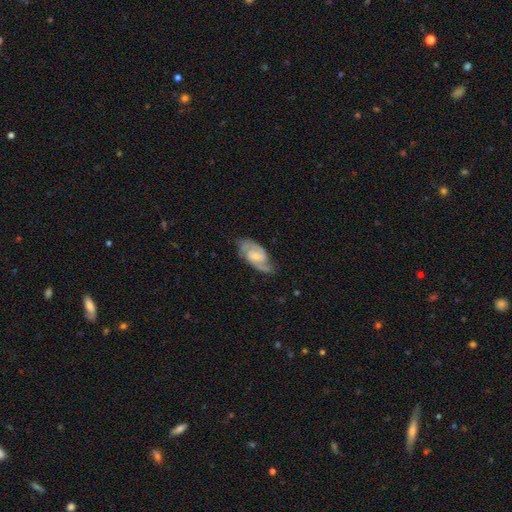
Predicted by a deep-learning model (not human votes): Smooth or featured?
  - featured or disk: 87% *
  - smooth: 9%
  - star or artifact: 5%
Edge-on disk?
  - no: 97% *
  - yes: 3%
Bar?
  - no: 47% *
  - weak: 43%
  - strong: 10%
Spiral arms?
  - yes: 97% *
  - no: 3%
Spiral winding?
  - medium: 52% *
  - tight: 36%
  - loose: 12%
Spiral arm count?
  - 2: 91% *
  - can't tell: 4%
  - 3: 2%
  - 1: 1%
  - 4: 1%
  - more than 4: 1%
Bulge size?
  - small: 53% *
  - moderate: 35%
  - none: 8%
  - large: 2%
  - dominant: 1%
Merging?
  - none: 78% *
  - minor disturbance: 17%
  - major disturbance: 5%
  - merger: 1%